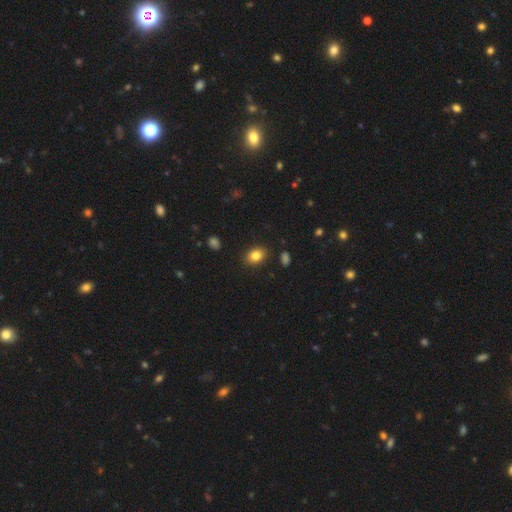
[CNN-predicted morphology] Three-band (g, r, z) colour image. It shows a smooth galaxy with no disk features (83%) that is in between round and cigar-shaped (70%). Merging: none (87%).